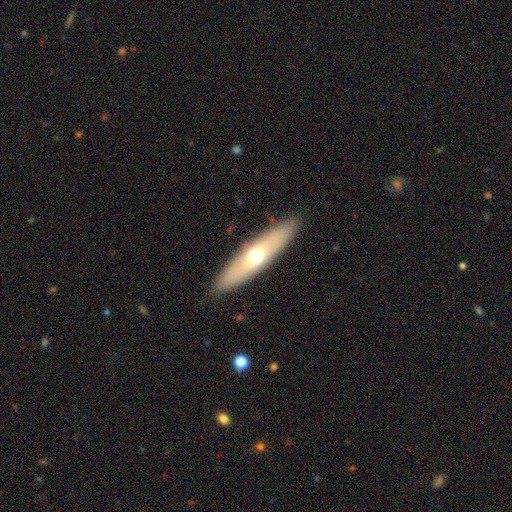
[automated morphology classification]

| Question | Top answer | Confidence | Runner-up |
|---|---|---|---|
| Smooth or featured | smooth | 51% | featured or disk (43%) |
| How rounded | cigar-shaped | 70% | in between (28%) |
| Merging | none | 89% | minor disturbance (8%) |